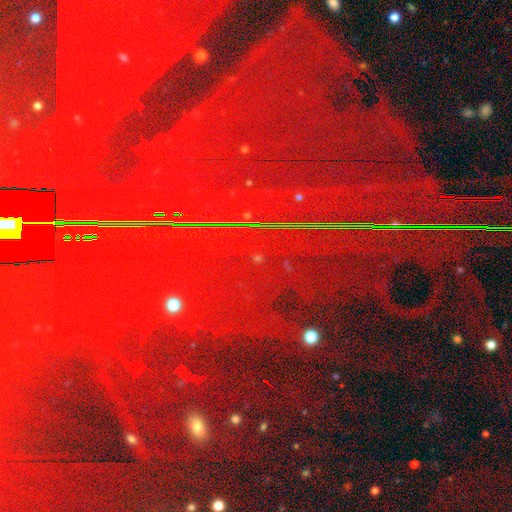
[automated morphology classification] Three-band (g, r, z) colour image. It shows a star or artifact, not a galaxy (89%).